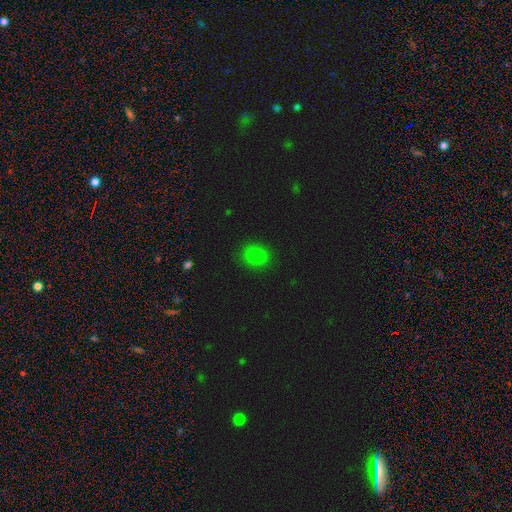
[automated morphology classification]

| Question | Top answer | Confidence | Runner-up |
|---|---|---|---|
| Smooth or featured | smooth | 81% | star or artifact (15%) |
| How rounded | round | 67% | in between (32%) |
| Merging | none | 86% | minor disturbance (10%) |